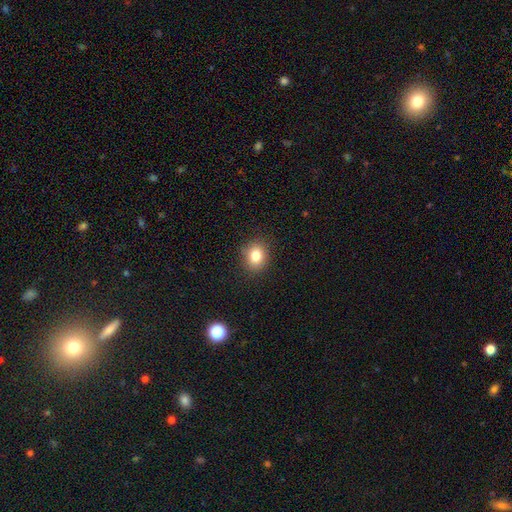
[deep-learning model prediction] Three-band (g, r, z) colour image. It shows a smooth galaxy with no disk features (82%) that is round (59%). Merging: none (87%).